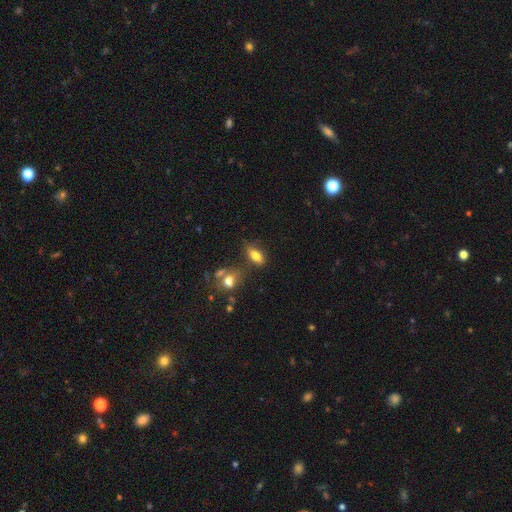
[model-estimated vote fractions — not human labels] Q: Smooth or featured?
A: smooth (79%); runner-up: star or artifact (11%)
Q: How rounded?
A: in between (83%); runner-up: cigar-shaped (10%)
Q: Merging?
A: none (64%); runner-up: minor disturbance (18%)